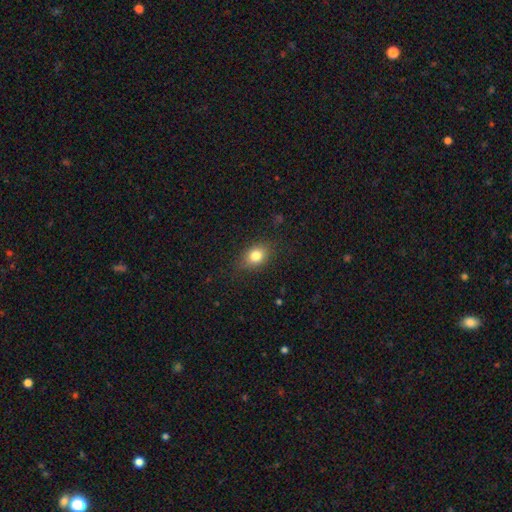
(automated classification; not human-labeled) A smooth galaxy with no disk features (81%) that is in between round and cigar-shaped (63%).

Vote fractions:
- Smooth or featured? smooth: 81% / star or artifact: 10% / featured or disk: 9%
- How rounded? in between: 63% / round: 35% / cigar-shaped: 2%
- Merging? none: 82% / minor disturbance: 13% / major disturbance: 4% / merger: 1%